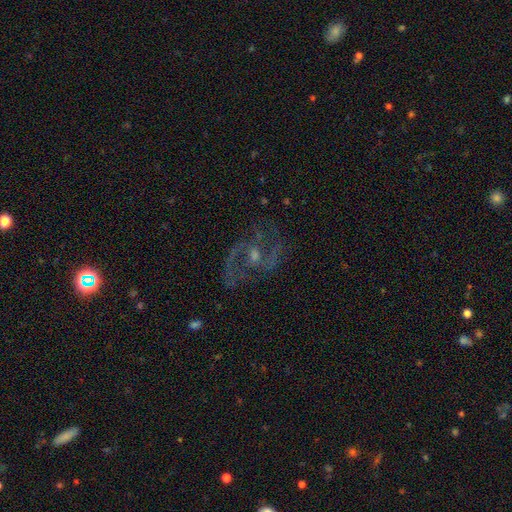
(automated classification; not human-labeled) smooth_or_featured: featured or disk (p=0.84) [alt: star or artifact p=0.10]
disk_edge_on: no (p=0.97) [alt: yes p=0.03]
bar: weak (p=0.44) [tied with: no p=0.44]
has_spiral_arms: yes (p=0.92) [alt: no p=0.08]
spiral_winding: medium (p=0.51) [alt: loose p=0.36]
spiral_arm_count: 2 (p=0.79) [alt: can't tell p=0.08]
bulge_size: moderate (p=0.46) [alt: small p=0.44]
merging: none (p=0.68) [alt: minor disturbance p=0.15]